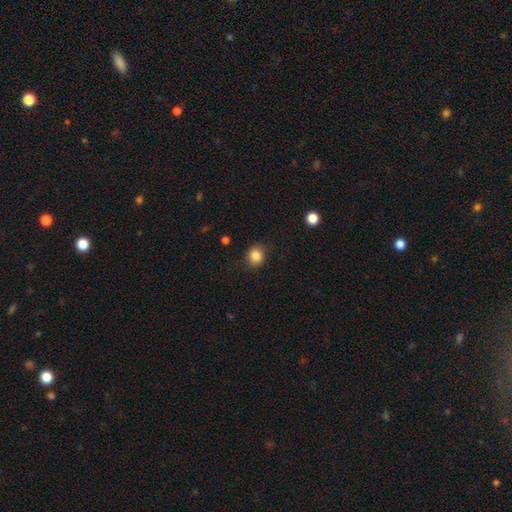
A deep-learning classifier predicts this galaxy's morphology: This is clearly a smooth galaxy (84%). How rounded: likely round (67%). Merging: clearly none (83%).